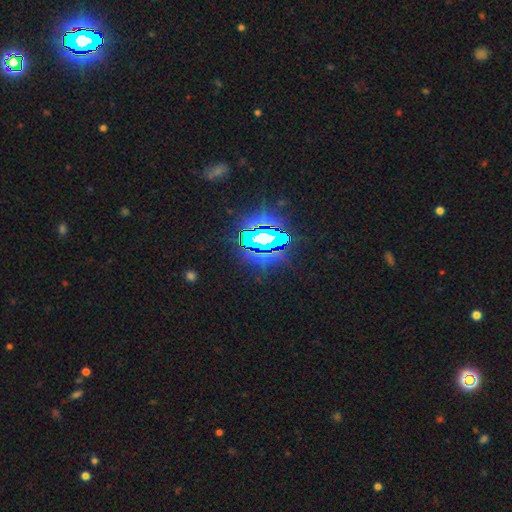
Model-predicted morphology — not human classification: A star or artifact, not a galaxy (81%).